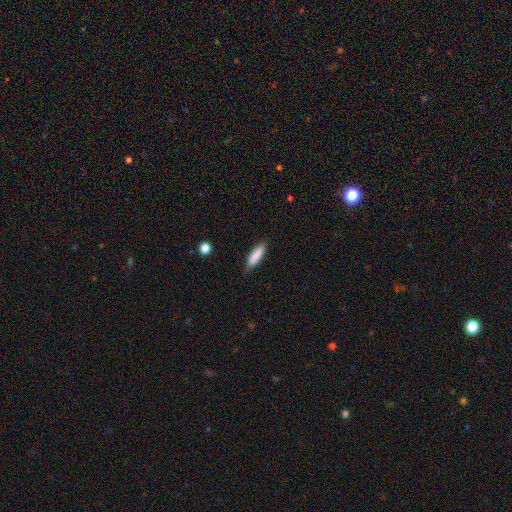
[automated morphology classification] A smooth galaxy with no disk features (87%) that is cigar-shaped (58%).

Vote fractions:
- Smooth or featured? smooth: 87% / featured or disk: 7% / star or artifact: 6%
- How rounded? cigar-shaped: 58% / in between: 40% / round: 2%
- Merging? none: 81% / minor disturbance: 15% / major disturbance: 3% / merger: 1%